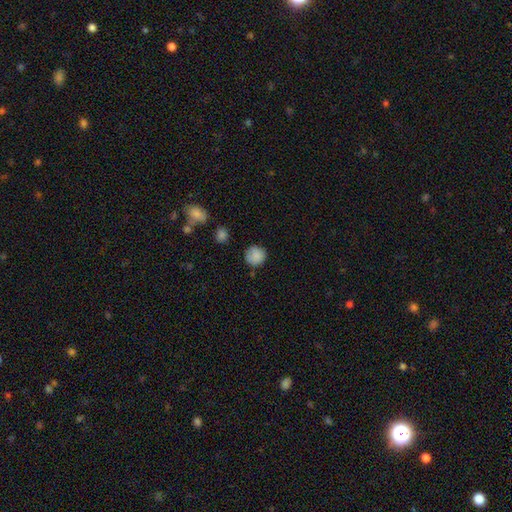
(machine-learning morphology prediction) A smooth galaxy with no disk features (85%) that is round (91%).

Vote fractions:
- Smooth or featured? smooth: 85% / star or artifact: 8% / featured or disk: 7%
- How rounded? round: 91% / in between: 8% / cigar-shaped: 1%
- Merging? none: 77% / minor disturbance: 17% / major disturbance: 4% / merger: 2%